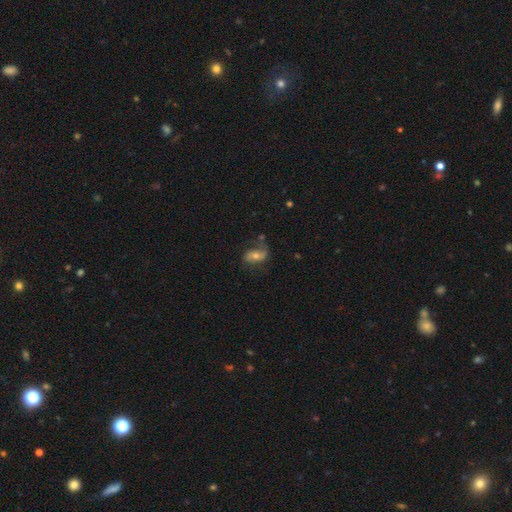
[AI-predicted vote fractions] Smooth or featured?
  - featured or disk: 63% *
  - smooth: 27%
  - star or artifact: 10%
Edge-on disk?
  - no: 94% *
  - yes: 6%
Bar?
  - no: 48% *
  - weak: 31%
  - strong: 20%
Spiral arms?
  - yes: 85% *
  - no: 15%
Spiral winding?
  - loose: 54% *
  - medium: 32%
  - tight: 14%
Spiral arm count?
  - 2: 73% *
  - 1: 16%
  - can't tell: 8%
  - 3: 1%
  - 4: 1%
  - more than 4: 1%
Bulge size?
  - moderate: 56% *
  - small: 36%
  - large: 4%
  - none: 2%
  - dominant: 1%
Merging?
  - none: 57% *
  - minor disturbance: 22%
  - major disturbance: 17%
  - merger: 5%